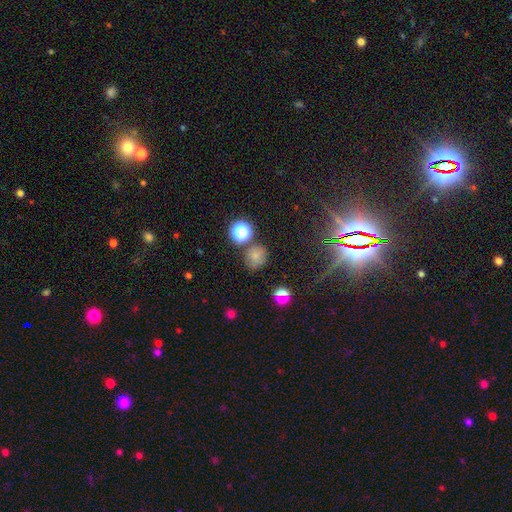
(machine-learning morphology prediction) This appears to be a smooth galaxy with no disk features (68%) that is round (80%). Merging: none (72%).